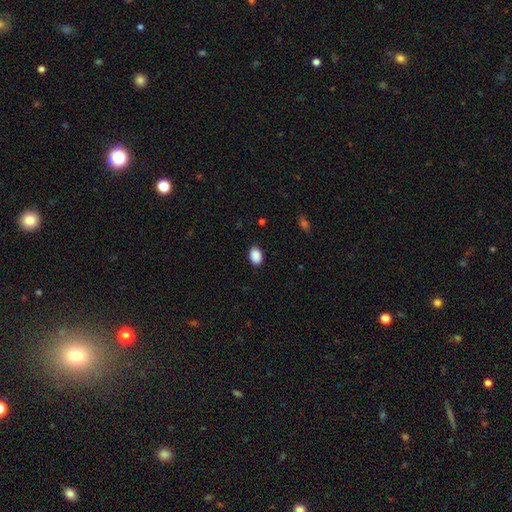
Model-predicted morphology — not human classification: A smooth galaxy with no disk features (90%) that is in between round and cigar-shaped (84%). Merging: none (88%).